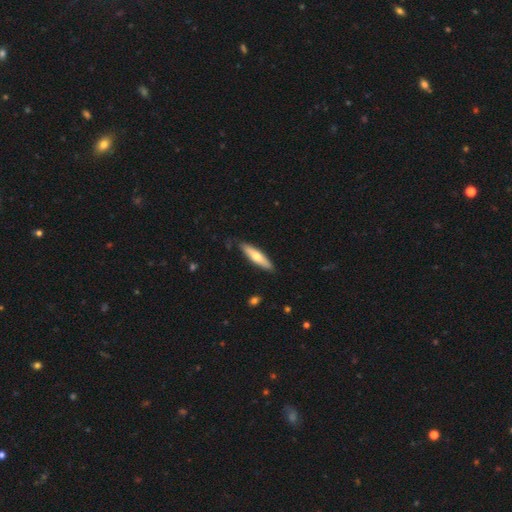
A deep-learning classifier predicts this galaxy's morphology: smooth 60%, featured or disk 35%, star or artifact 5%. Down the decision tree: how rounded — cigar-shaped (73%); merging — none (86%).